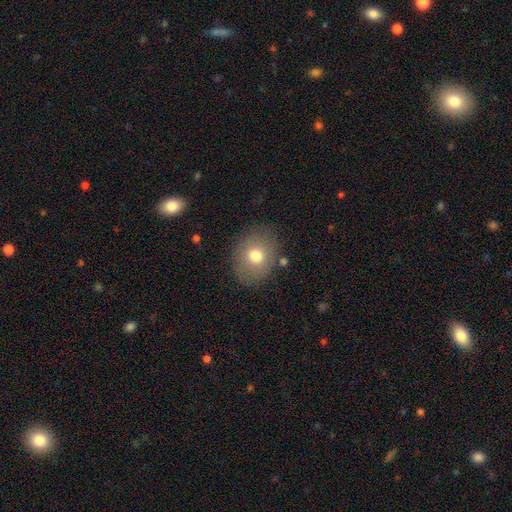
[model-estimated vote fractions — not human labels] smooth-or-featured: smooth: 75% | featured or disk: 15% | star or artifact: 10%
  how-rounded: round: 55% | in between: 44% | cigar-shaped: 1%
  merging: none: 81% | minor disturbance: 12% | major disturbance: 5% | merger: 2%